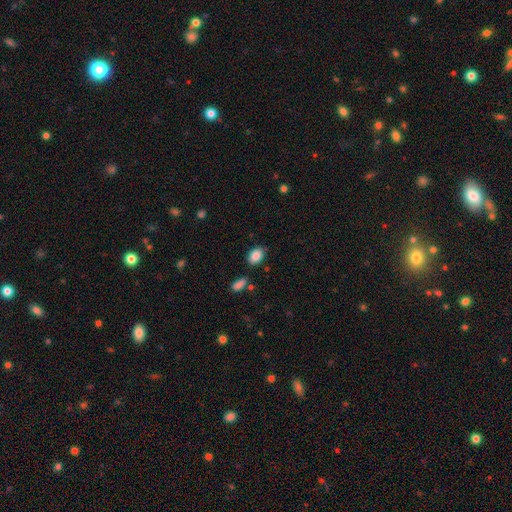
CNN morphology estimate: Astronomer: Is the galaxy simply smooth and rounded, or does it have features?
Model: smooth — 86%.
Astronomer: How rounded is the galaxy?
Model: in between — 77%.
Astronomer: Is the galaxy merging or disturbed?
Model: none — 82%.